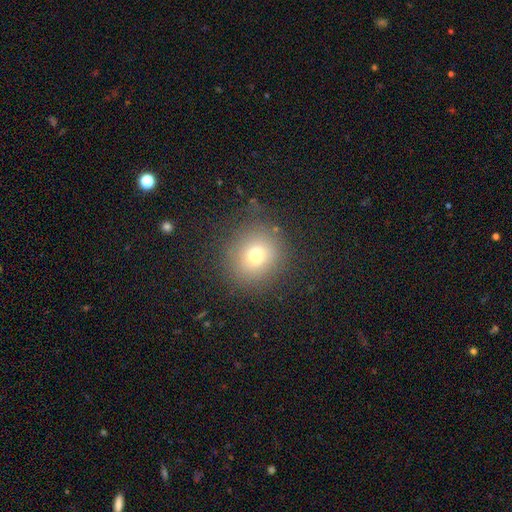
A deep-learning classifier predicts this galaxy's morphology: This is likely a smooth galaxy (71%). How rounded: clearly round (90%). Merging: clearly none (83%).